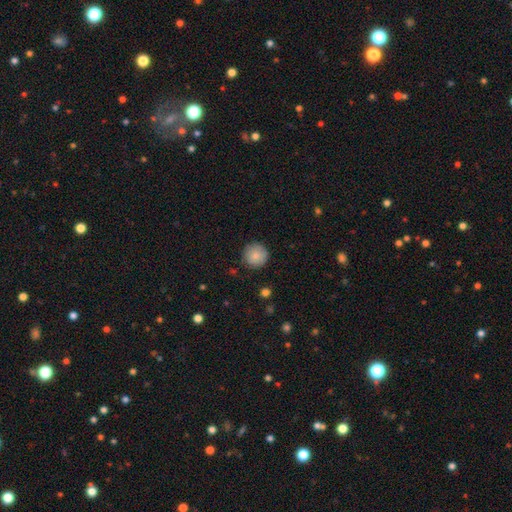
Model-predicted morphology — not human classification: type=smooth (81%); roundness=round (95%); merging=none (85%).